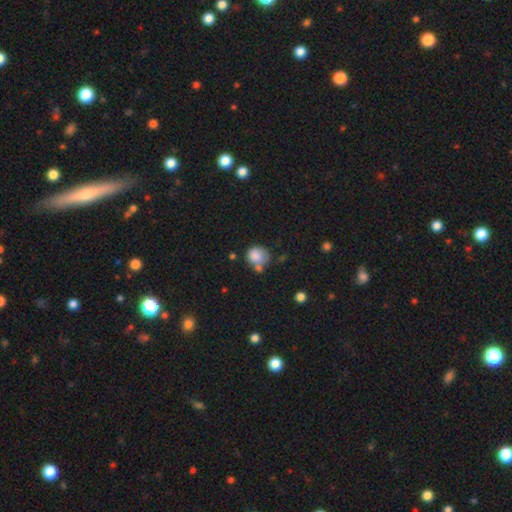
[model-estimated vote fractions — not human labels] This appears to be a smooth galaxy with no disk features (83%) that is round (80%). Merging: none (50%).